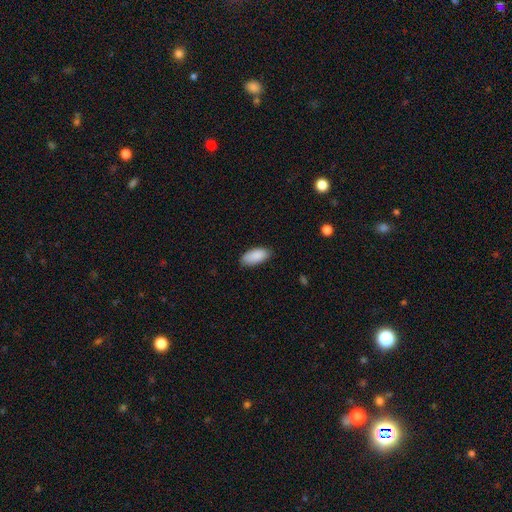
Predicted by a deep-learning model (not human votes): smooth_or_featured: smooth (p=0.90) [alt: star or artifact p=0.06]
how_rounded: in between (p=0.91) [alt: cigar-shaped p=0.08]
merging: none (p=0.84) [alt: minor disturbance p=0.13]